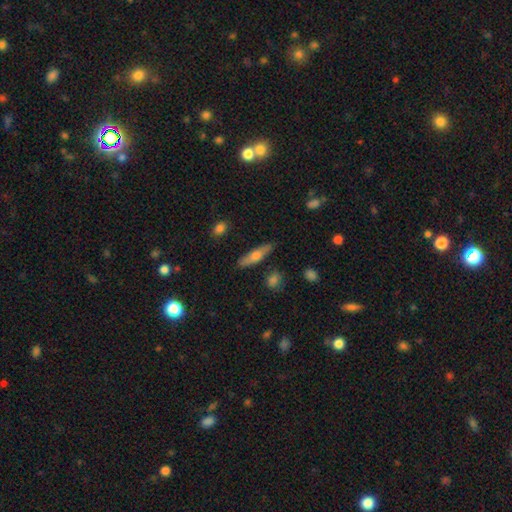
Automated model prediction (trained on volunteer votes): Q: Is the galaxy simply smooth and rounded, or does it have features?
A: smooth — 58%.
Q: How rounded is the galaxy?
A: cigar-shaped — 69%.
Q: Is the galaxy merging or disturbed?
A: none — 83%.